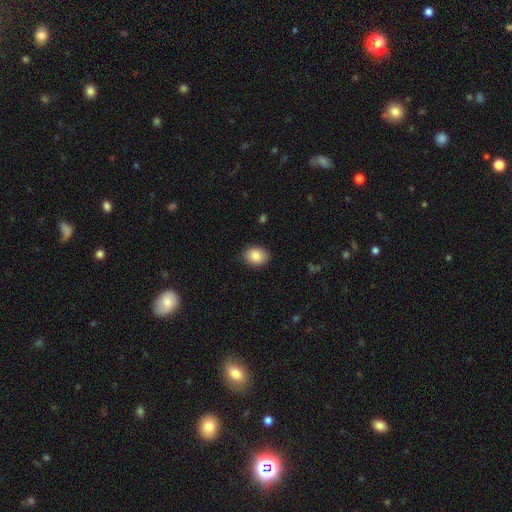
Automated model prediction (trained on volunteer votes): smooth 85%, star or artifact 8%, featured or disk 7%. Down the decision tree: how rounded — in between (64%); merging — none (88%).